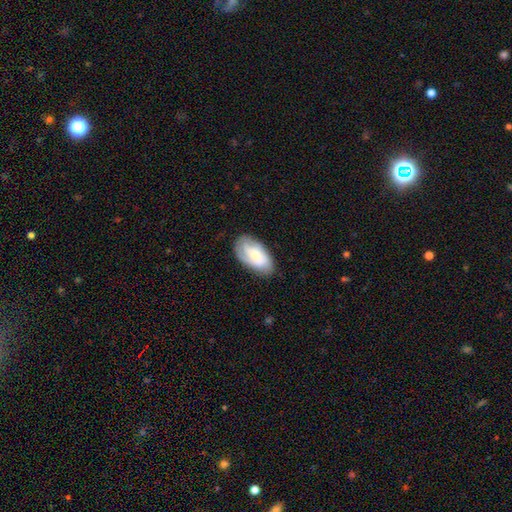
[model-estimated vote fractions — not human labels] A featured or disk galaxy (49%).

Vote fractions:
- Smooth or featured? featured or disk: 49% / smooth: 45% / star or artifact: 6%
- Merging? none: 73% / minor disturbance: 20% / major disturbance: 6% / merger: 1%